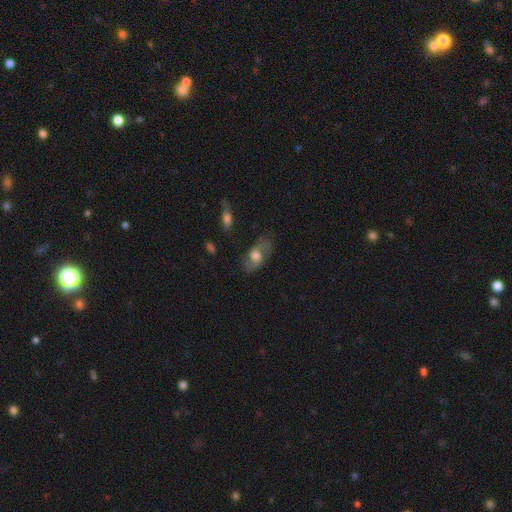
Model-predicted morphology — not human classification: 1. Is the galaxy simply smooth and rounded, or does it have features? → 56% featured or disk, 35% smooth, 8% star or artifact.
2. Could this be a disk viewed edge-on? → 89% no, 11% yes.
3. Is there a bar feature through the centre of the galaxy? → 60% no, 33% weak, 7% strong.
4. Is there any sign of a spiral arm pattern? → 81% yes, 19% no.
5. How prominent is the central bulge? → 53% moderate, 31% large, 11% small, 3% none, 2% dominant.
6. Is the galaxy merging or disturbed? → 70% none, 19% minor disturbance, 9% major disturbance, 2% merger.